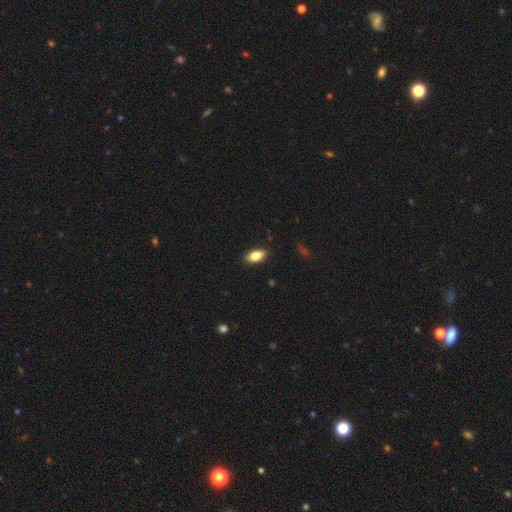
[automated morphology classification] smooth 84%, featured or disk 9%, star or artifact 7%. Down the decision tree: how rounded — in between (90%); merging — none (86%).